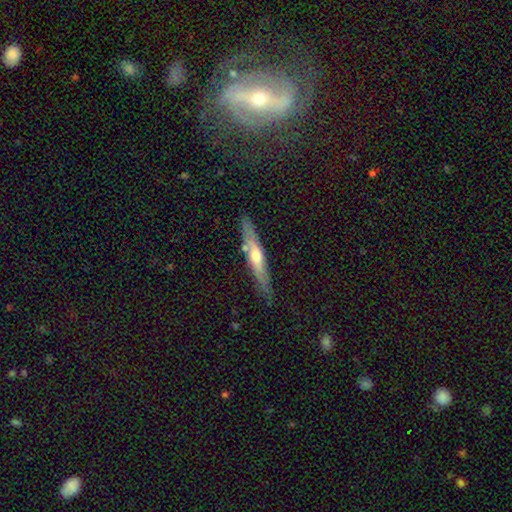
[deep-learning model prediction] Q: Smooth or featured?
A: featured or disk (58%); runner-up: smooth (36%)
Q: Edge-on disk?
A: yes (91%); runner-up: no (9%)
Q: Edge-on bulge?
A: rounded (79%); runner-up: none (16%)
Q: Merging?
A: none (81%); runner-up: minor disturbance (13%)